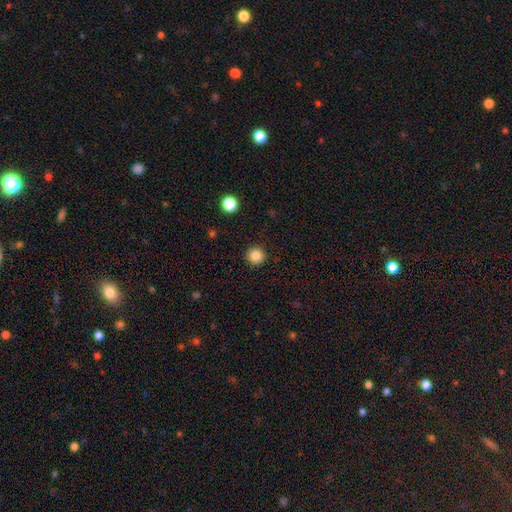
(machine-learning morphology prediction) Smooth or featured?
  - smooth: 83% *
  - star or artifact: 12%
  - featured or disk: 5%
How rounded?
  - round: 95% *
  - in between: 4%
  - cigar-shaped: 1%
Merging?
  - none: 92% *
  - minor disturbance: 5%
  - major disturbance: 2%
  - merger: 1%